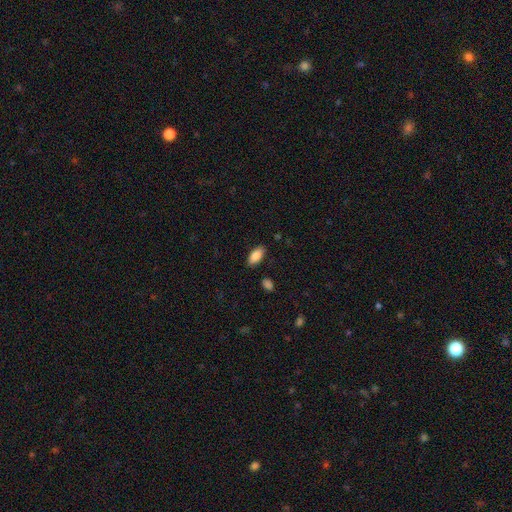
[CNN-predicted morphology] Smooth or featured? Predicted: smooth (p=0.86). How rounded? Predicted: in between (p=0.90). Merging? Predicted: none (p=0.85).